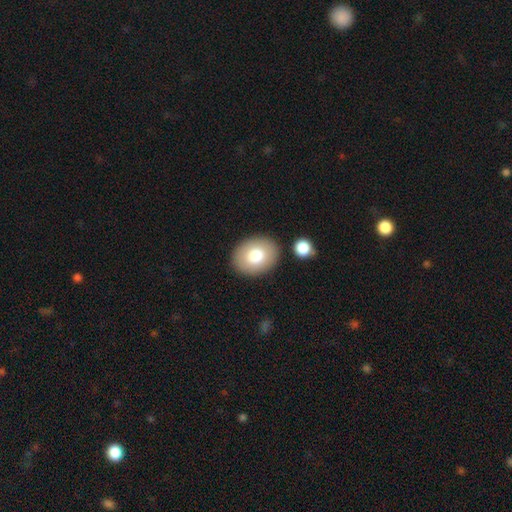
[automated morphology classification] smooth_or_featured: smooth (p=0.80) [alt: featured or disk p=0.13]
how_rounded: in between (p=0.66) [alt: round p=0.33]
merging: none (p=0.85) [alt: minor disturbance p=0.09]